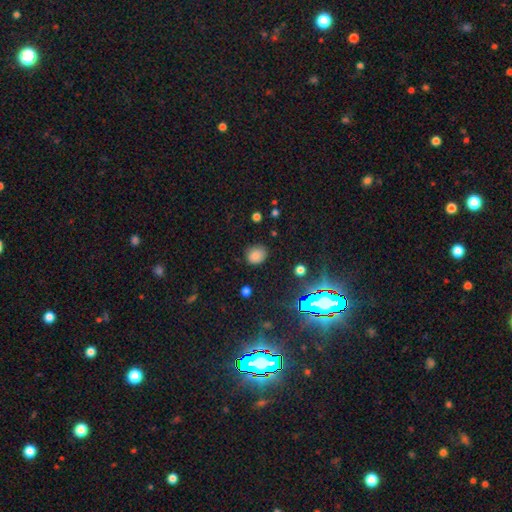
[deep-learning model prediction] Morphology: type=smooth (78%); roundness=round (72%); merging=none (79%).